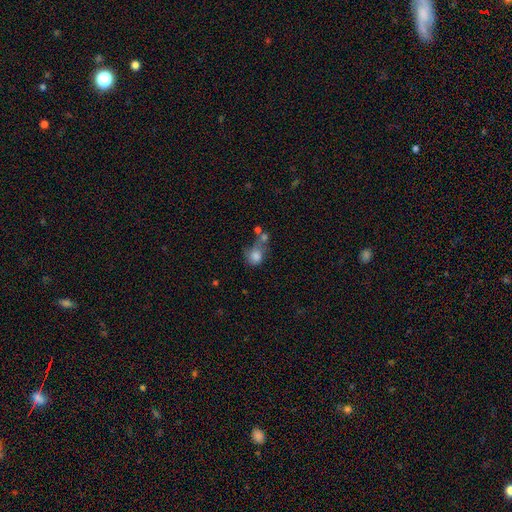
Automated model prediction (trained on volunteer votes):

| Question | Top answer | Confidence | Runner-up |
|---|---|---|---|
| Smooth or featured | smooth | 77% | featured or disk (13%) |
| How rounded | round | 62% | in between (37%) |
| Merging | merger | 36% | none (27%) |